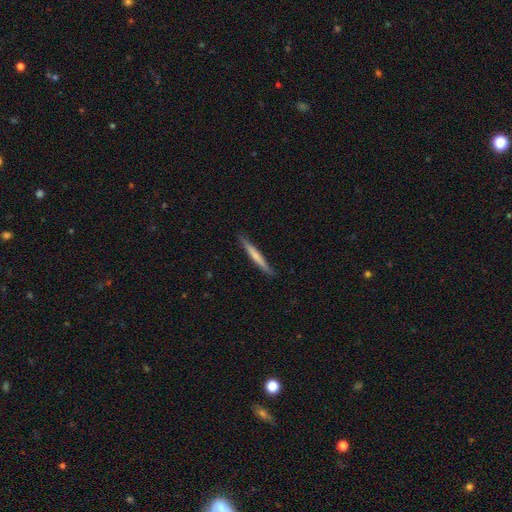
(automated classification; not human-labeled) This is possibly a smooth galaxy (60%). How rounded: clearly cigar-shaped (96%). Merging: clearly none (89%).